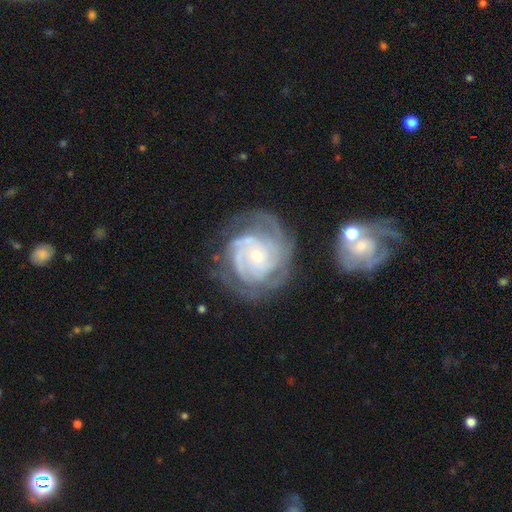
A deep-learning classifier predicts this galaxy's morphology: Q: Smooth or featured?
A: featured or disk (86%); runner-up: smooth (8%)
Q: Edge-on disk?
A: no (98%); runner-up: yes (2%)
Q: Bar?
A: no (76%); runner-up: weak (19%)
Q: Spiral arms?
A: yes (95%); runner-up: no (5%)
Q: Spiral winding?
A: tight (69%); runner-up: medium (25%)
Q: Spiral arm count?
A: 3 (29%); runner-up: can't tell (27%)
Q: Bulge size?
A: small (71%); runner-up: moderate (25%)
Q: Merging?
A: none (63%); runner-up: minor disturbance (20%)